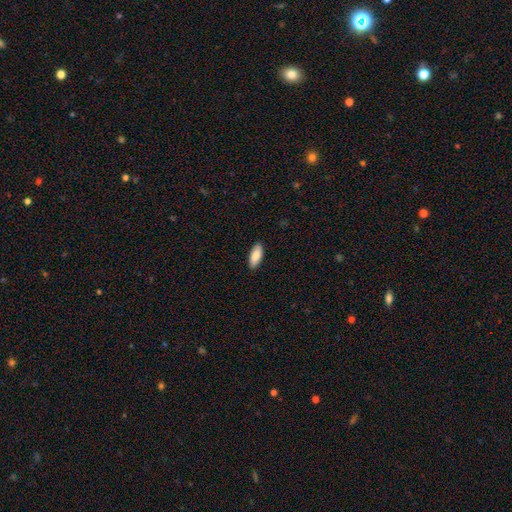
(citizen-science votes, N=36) Smooth or featured: smooth — 83% (featured or disk — 14%)
How rounded: in between — 90% (cigar-shaped — 10%)
Merging: none — 91% (minor disturbance — 9%)